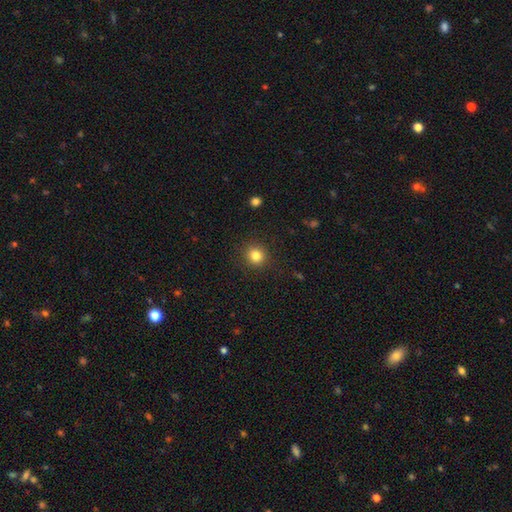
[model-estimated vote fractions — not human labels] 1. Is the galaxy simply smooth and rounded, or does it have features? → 82% smooth, 12% star or artifact, 6% featured or disk.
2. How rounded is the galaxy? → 88% round, 11% in between, 1% cigar-shaped.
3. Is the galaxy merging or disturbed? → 90% none, 7% minor disturbance, 2% major disturbance, 1% merger.